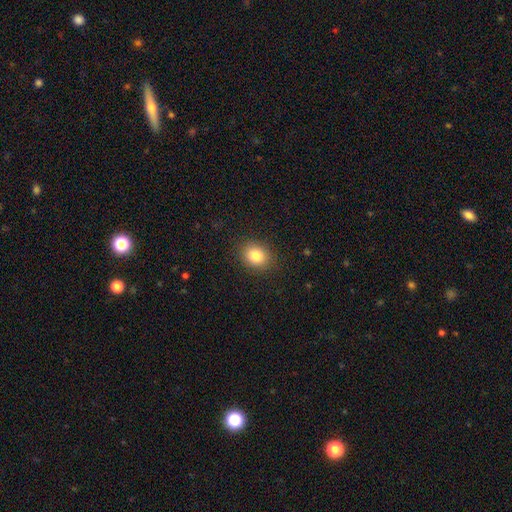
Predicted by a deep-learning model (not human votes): This is clearly a smooth galaxy (83%). How rounded: likely round (61%). Merging: clearly none (88%).